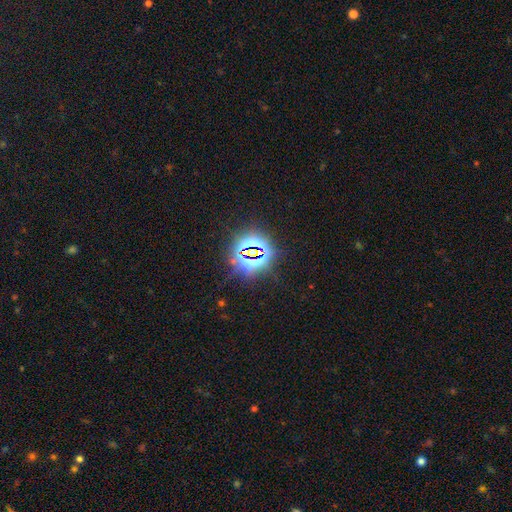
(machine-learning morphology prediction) The model was most divided on "smooth or featured": star or artifact: 78%, smooth: 14%, featured or disk: 8%.